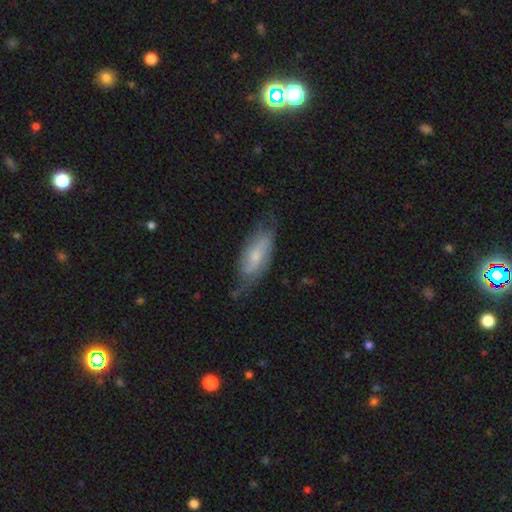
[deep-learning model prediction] A featured or disk galaxy (50%). Merging: none (64%).